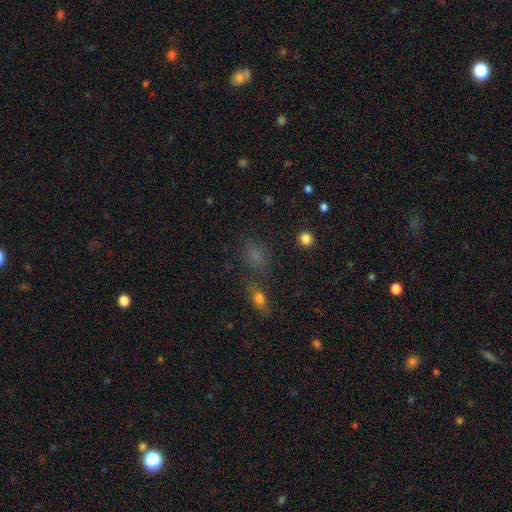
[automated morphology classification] A smooth galaxy with no disk features (62%) that is in between round and cigar-shaped (60%).

Vote fractions:
- Smooth or featured? smooth: 62% / star or artifact: 29% / featured or disk: 10%
- How rounded? in between: 60% / round: 35% / cigar-shaped: 5%
- Merging? none: 64% / minor disturbance: 15% / merger: 12% / major disturbance: 9%